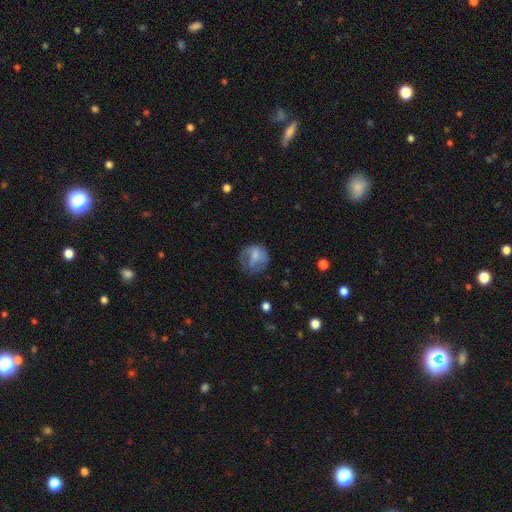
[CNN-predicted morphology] A smooth galaxy with no disk features (61%) that is round (81%). Merging: none (54%).